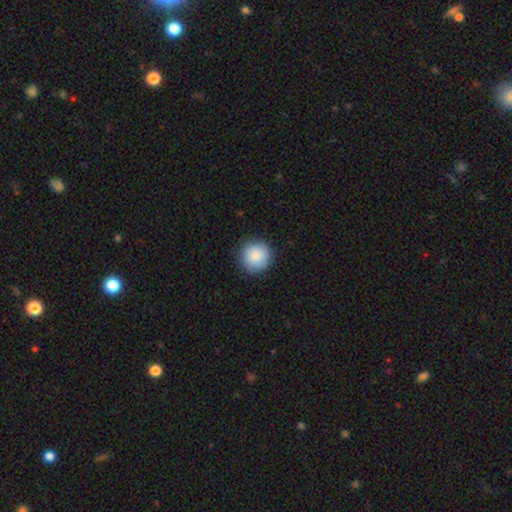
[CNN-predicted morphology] This appears to be a smooth galaxy with no disk features (87%) that is round (95%). Merging: none (89%).